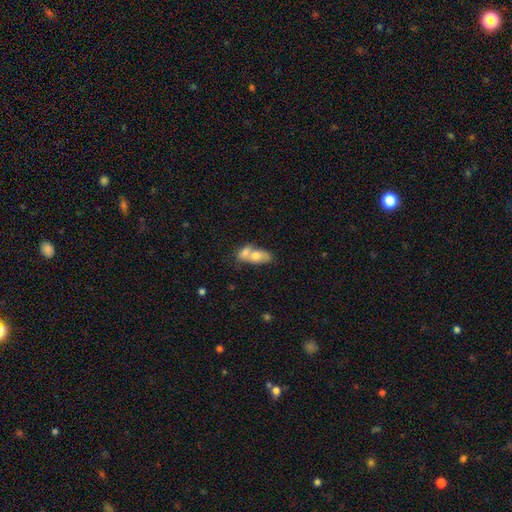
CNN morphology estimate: This is likely a smooth galaxy (64%). How rounded: clearly in between (83%). Merging: likely merger (65%).